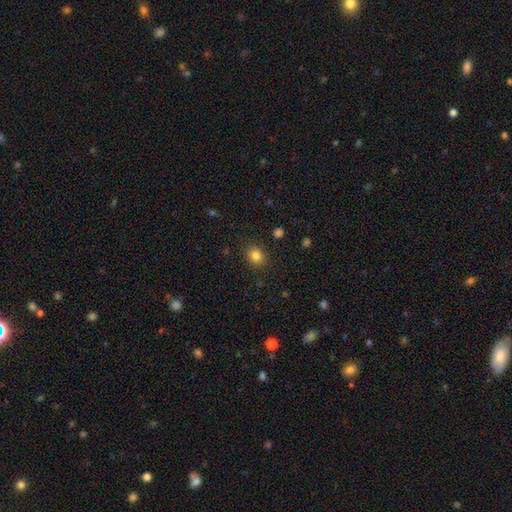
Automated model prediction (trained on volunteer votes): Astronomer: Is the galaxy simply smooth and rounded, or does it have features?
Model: smooth — 83%.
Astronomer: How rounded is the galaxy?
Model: round — 72%.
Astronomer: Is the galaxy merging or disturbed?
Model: none — 88%.